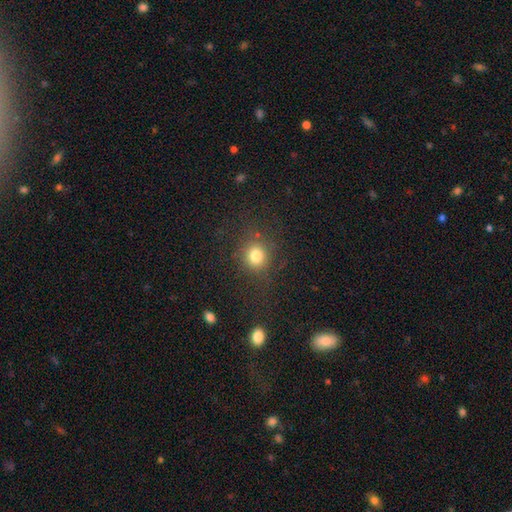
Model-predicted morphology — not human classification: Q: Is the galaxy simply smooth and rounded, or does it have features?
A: smooth — 78%.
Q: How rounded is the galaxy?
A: round — 86%.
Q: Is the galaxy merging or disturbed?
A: none — 80%.